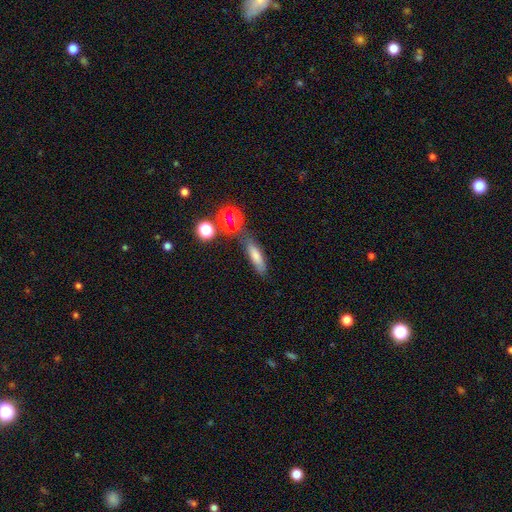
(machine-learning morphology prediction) Q: Smooth or featured?
A: smooth (69%); runner-up: star or artifact (15%)
Q: How rounded?
A: cigar-shaped (57%); runner-up: in between (37%)
Q: Merging?
A: none (65%); runner-up: minor disturbance (16%)